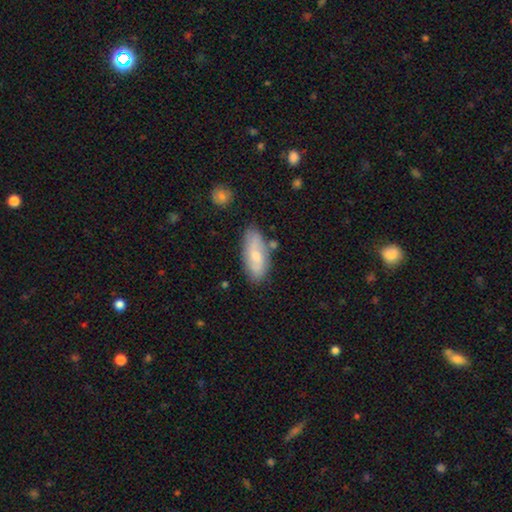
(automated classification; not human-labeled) Smooth or featured?
  - smooth: 61% *
  - featured or disk: 33%
  - star or artifact: 6%
How rounded?
  - in between: 81% *
  - cigar-shaped: 17%
  - round: 3%
Merging?
  - none: 73% *
  - minor disturbance: 18%
  - merger: 5%
  - major disturbance: 4%